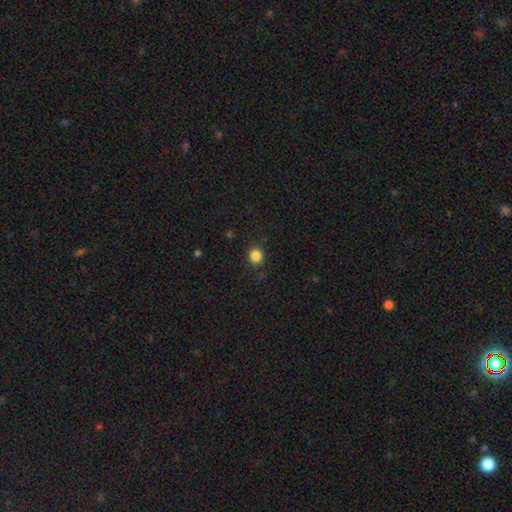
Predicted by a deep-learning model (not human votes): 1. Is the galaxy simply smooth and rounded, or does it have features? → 85% smooth, 12% star or artifact, 4% featured or disk.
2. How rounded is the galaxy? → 87% round, 12% in between, 1% cigar-shaped.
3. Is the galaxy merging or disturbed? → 91% none, 6% minor disturbance, 2% major disturbance, 1% merger.